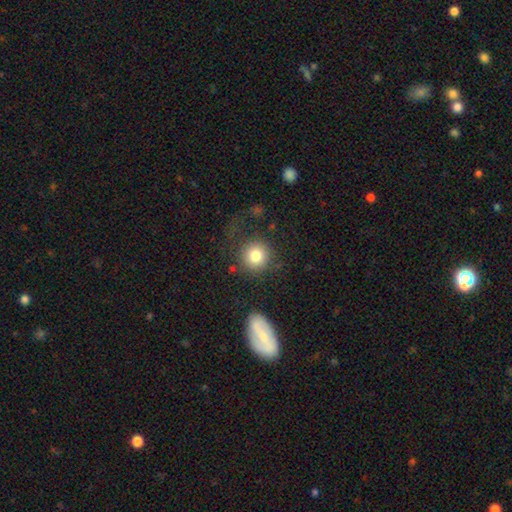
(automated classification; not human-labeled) Smooth or featured? Predicted: smooth (p=0.81). How rounded? Predicted: round (p=0.93). Merging? Predicted: none (p=0.71).